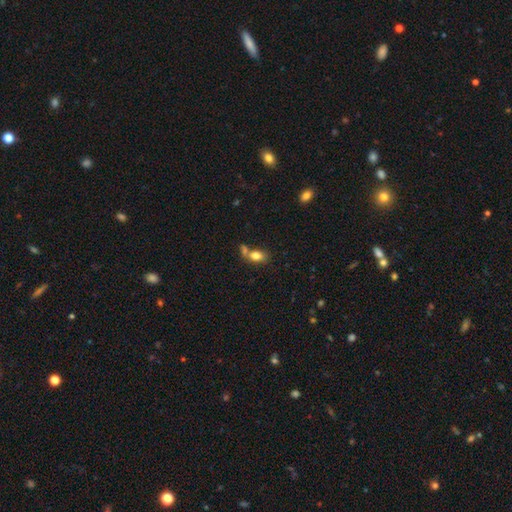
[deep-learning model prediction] smooth 79%, featured or disk 12%, star or artifact 9%. Down the decision tree: how rounded — in between (83%); merging — merger (41%).